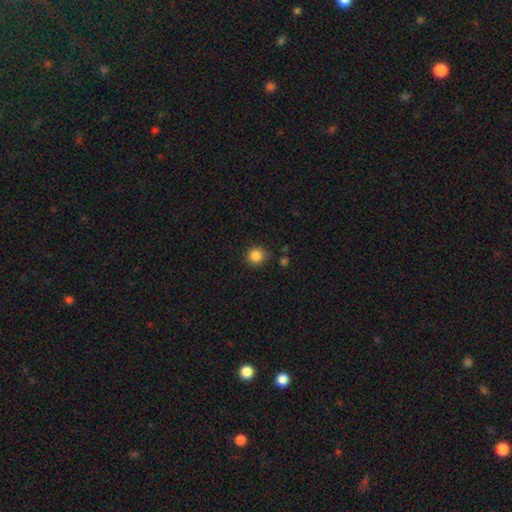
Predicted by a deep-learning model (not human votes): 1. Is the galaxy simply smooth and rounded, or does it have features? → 86% smooth, 11% star or artifact, 4% featured or disk.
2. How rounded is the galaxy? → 92% round, 7% in between, 1% cigar-shaped.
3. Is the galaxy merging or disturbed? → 84% none, 10% minor disturbance, 3% merger, 3% major disturbance.